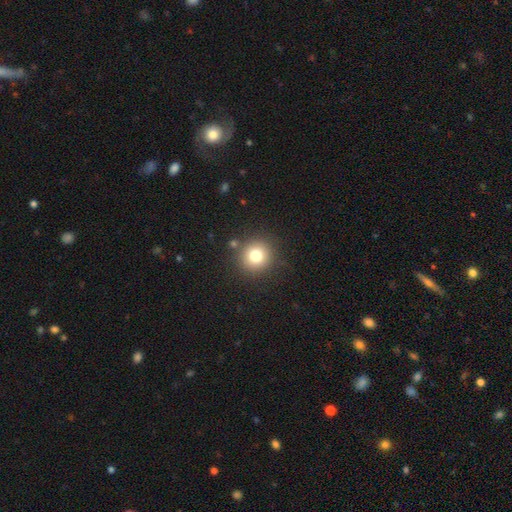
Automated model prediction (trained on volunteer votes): smooth-or-featured: smooth: 78% | star or artifact: 13% | featured or disk: 9%
  how-rounded: round: 93% | in between: 6% | cigar-shaped: 1%
  merging: none: 87% | minor disturbance: 7% | merger: 3% | major disturbance: 3%